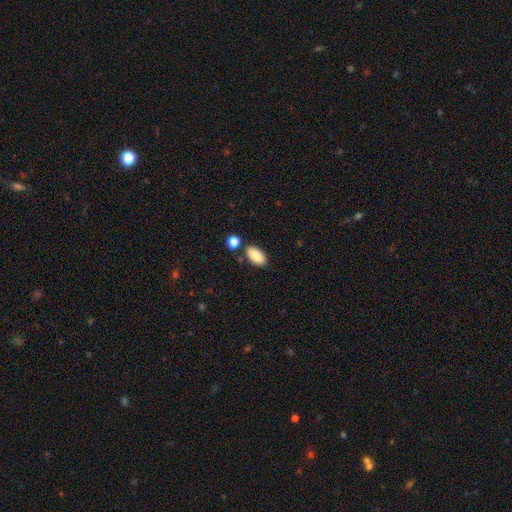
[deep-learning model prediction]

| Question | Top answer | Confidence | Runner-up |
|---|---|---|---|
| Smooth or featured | smooth | 87% | star or artifact (7%) |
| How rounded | in between | 92% | cigar-shaped (4%) |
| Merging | none | 78% | minor disturbance (11%) |